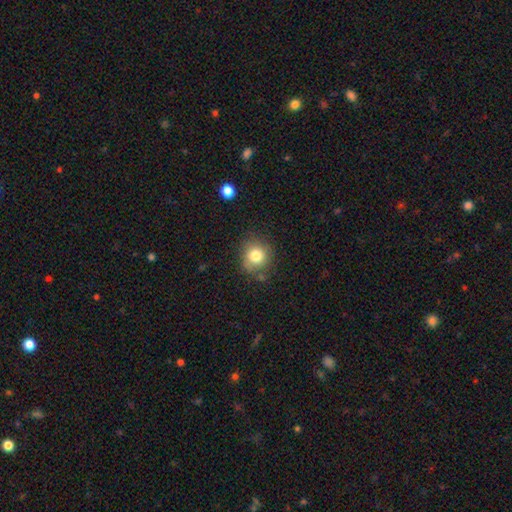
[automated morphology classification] type=smooth (80%); roundness=round (86%); merging=none (75%).